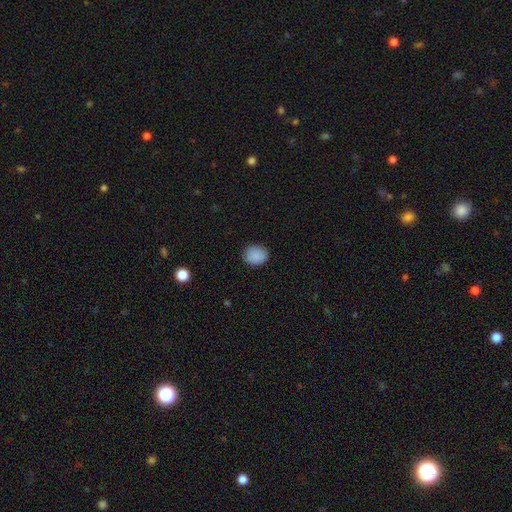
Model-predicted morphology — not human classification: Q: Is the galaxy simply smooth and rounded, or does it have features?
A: smooth — 89%.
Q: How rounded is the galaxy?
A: round — 56%.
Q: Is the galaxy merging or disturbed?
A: none — 87%.